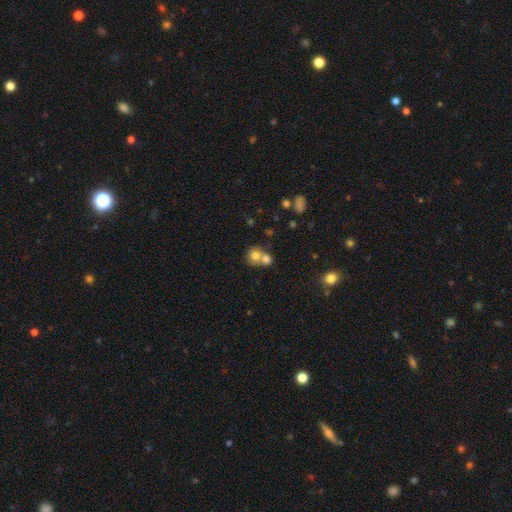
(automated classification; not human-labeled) This is likely a smooth galaxy (74%). How rounded: clearly round (80%). Merging: possibly merger (57%).